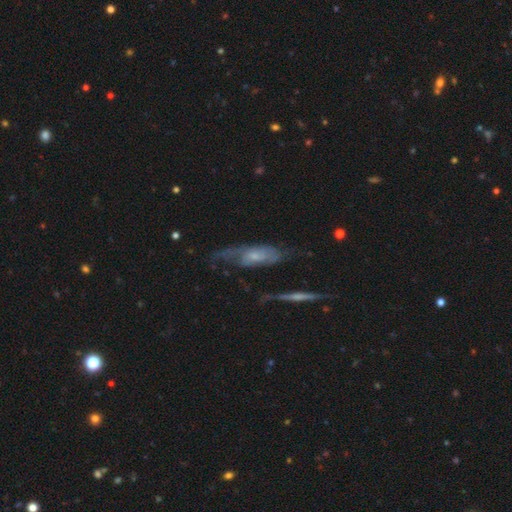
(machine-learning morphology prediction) This appears to be a featured or disk galaxy (66%) with no bar (68%), spiral arms (77%) and a small central bulge (55%). Merging: none (45%).